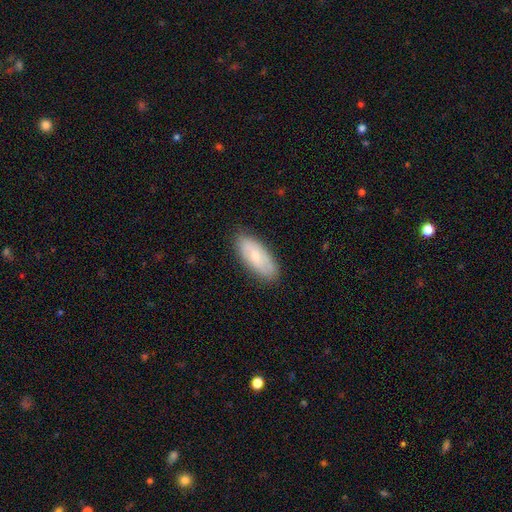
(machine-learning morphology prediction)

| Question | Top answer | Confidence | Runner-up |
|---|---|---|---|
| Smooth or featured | smooth | 61% | featured or disk (33%) |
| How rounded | in between | 83% | cigar-shaped (15%) |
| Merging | none | 83% | minor disturbance (14%) |